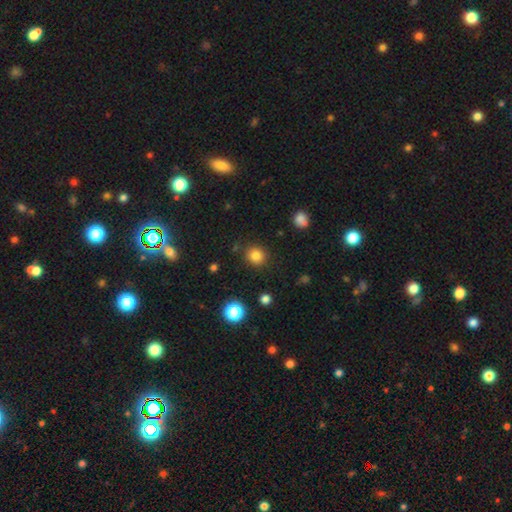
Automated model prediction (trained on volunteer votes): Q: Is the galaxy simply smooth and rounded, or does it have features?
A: smooth — 82%.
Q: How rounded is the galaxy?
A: round — 87%.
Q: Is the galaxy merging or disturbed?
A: none — 88%.